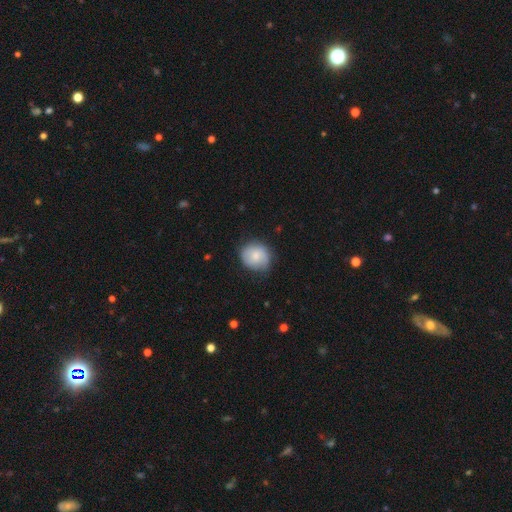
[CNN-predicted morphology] Smooth or featured?
  - smooth: 73% *
  - featured or disk: 20%
  - star or artifact: 7%
How rounded?
  - round: 78% *
  - in between: 21%
  - cigar-shaped: 1%
Merging?
  - none: 70% *
  - minor disturbance: 23%
  - major disturbance: 5%
  - merger: 1%